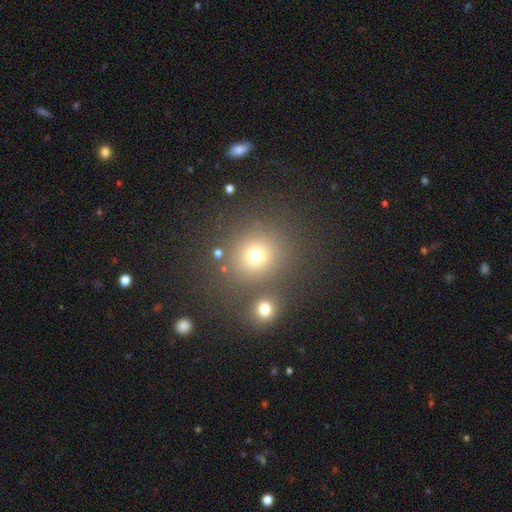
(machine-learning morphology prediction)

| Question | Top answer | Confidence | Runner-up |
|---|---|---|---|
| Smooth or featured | smooth | 71% | star or artifact (20%) |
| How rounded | round | 83% | in between (16%) |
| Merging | none | 70% | merger (17%) |